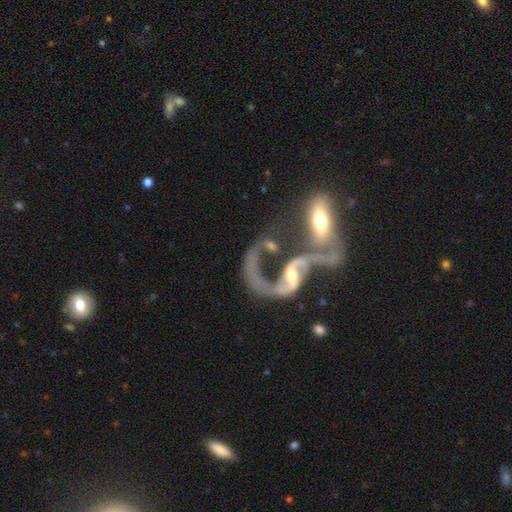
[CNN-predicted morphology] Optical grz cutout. It shows a featured or disk galaxy (79%) with no bar (51%), 2 (63%) loose (71%) spiral arms (80%) and a moderate central bulge (43%). Merging: merger (63%).